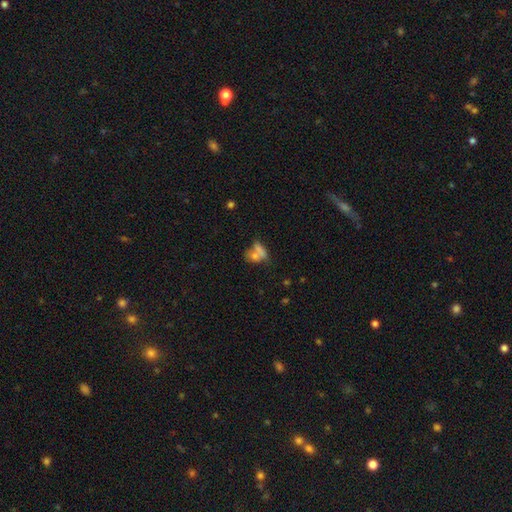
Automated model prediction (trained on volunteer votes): smooth 70%, featured or disk 18%, star or artifact 12%. Down the decision tree: how rounded — in between (61%); merging — merger (52%).